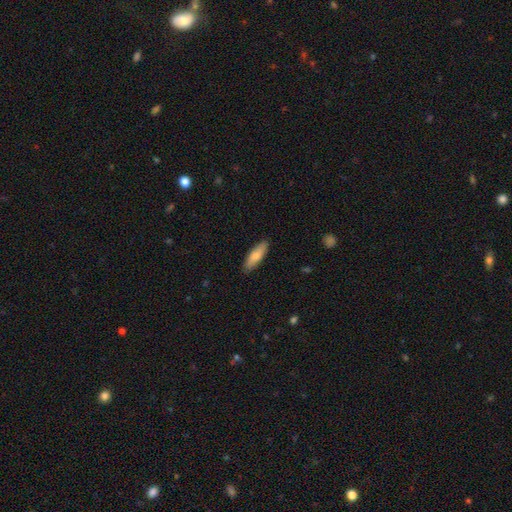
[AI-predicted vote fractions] smooth-or-featured: smooth: 80% | featured or disk: 15% | star or artifact: 6%
  how-rounded: cigar-shaped: 50% | in between: 48% | round: 2%
  merging: none: 88% | minor disturbance: 9% | major disturbance: 2% | merger: 1%